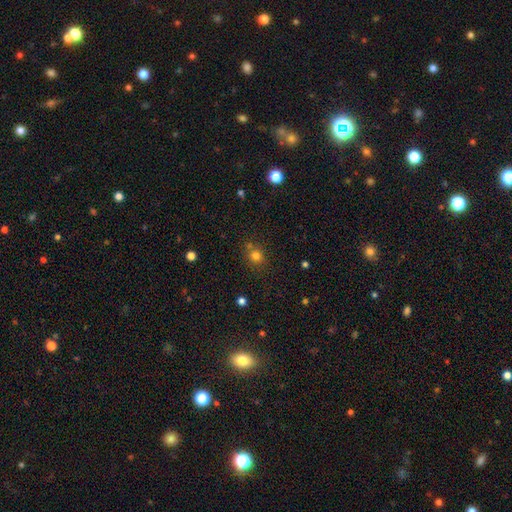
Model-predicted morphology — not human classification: smooth 75%, star or artifact 17%, featured or disk 7%. Down the decision tree: how rounded — round (80%); merging — none (72%).